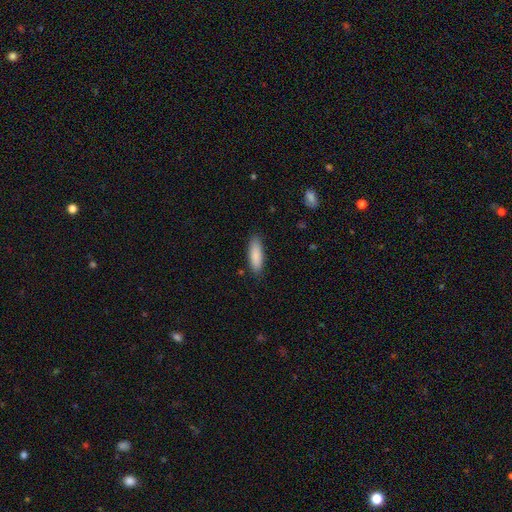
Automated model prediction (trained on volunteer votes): smooth 87%, featured or disk 7%, star or artifact 6%. Down the decision tree: how rounded — in between (53%); merging — none (86%).